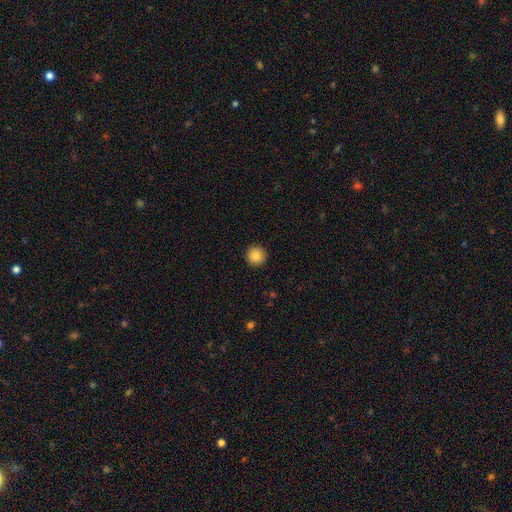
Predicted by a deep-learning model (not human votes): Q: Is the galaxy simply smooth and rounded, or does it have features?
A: smooth — 85%.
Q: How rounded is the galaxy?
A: round — 96%.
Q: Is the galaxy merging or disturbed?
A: none — 93%.